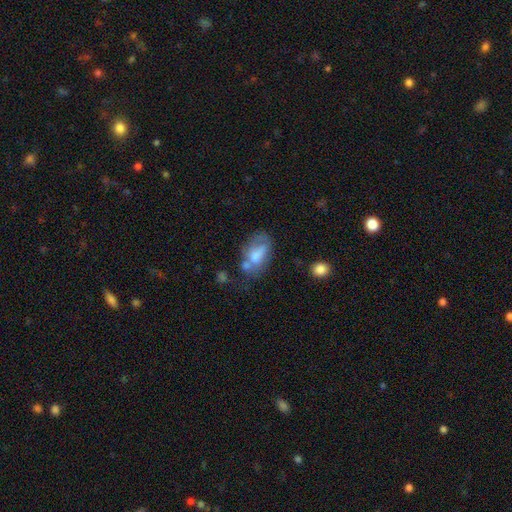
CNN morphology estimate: Smooth or featured? smooth (60%)
How rounded? in between (87%)
Merging? none (28%)